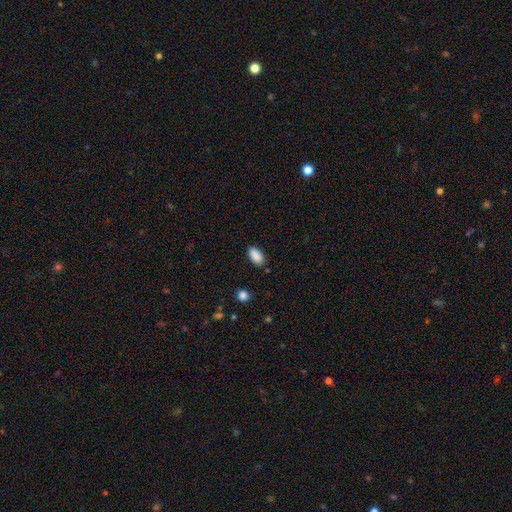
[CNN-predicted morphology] Smooth or featured?
  - smooth: 89% *
  - star or artifact: 8%
  - featured or disk: 3%
How rounded?
  - in between: 93% *
  - round: 4%
  - cigar-shaped: 3%
Merging?
  - none: 84% *
  - minor disturbance: 12%
  - major disturbance: 3%
  - merger: 2%